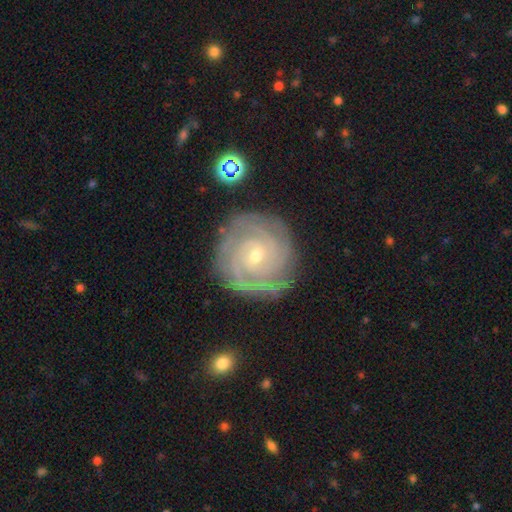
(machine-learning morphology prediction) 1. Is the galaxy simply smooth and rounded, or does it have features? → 88% featured or disk, 6% smooth, 6% star or artifact.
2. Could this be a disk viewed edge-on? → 98% no, 2% yes.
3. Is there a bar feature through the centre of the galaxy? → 66% no, 28% weak, 6% strong.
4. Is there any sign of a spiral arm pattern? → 98% yes, 2% no.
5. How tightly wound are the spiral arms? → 82% tight, 16% medium, 2% loose.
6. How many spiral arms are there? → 30% 3, 21% can't tell, 19% 2, 17% 4, 7% more than 4, 6% 1.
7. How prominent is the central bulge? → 67% small, 30% moderate, 1% large, 1% none, 1% dominant.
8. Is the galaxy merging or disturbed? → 83% none, 12% minor disturbance, 4% major disturbance, 1% merger.